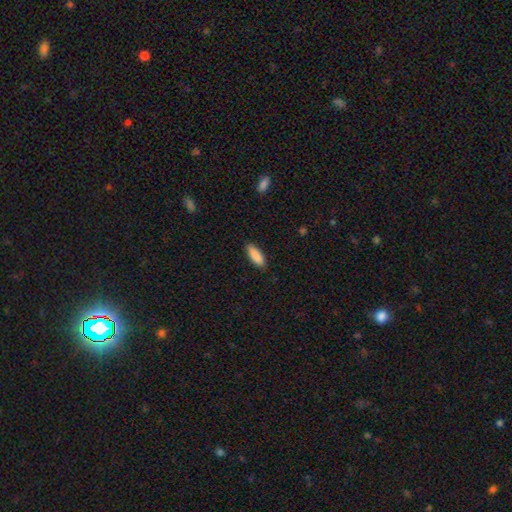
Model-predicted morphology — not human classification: smooth-or-featured: smooth: 89% | star or artifact: 6% | featured or disk: 5%
  how-rounded: in between: 56% | cigar-shaped: 42% | round: 2%
  merging: none: 88% | minor disturbance: 9% | major disturbance: 2% | merger: 1%